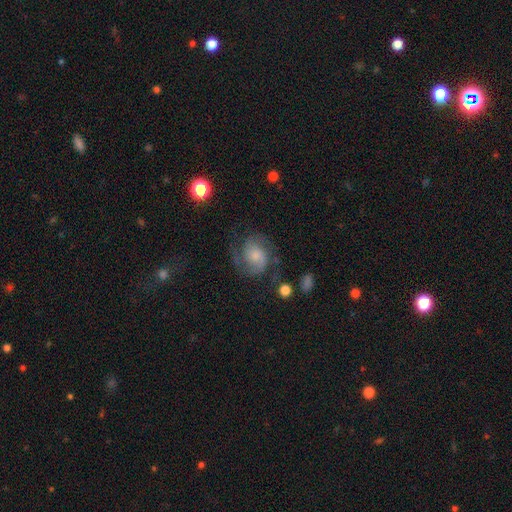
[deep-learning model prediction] Overall: featured or disk (74%). Edge-on disk: no (98%). Bar: no (68%). Spiral arms: yes (93%). Spiral arm count: 2 (68%). Spiral winding: medium (51%; tight 29%). Bulge size: moderate (38%; small 31%). Merging: none (61%).